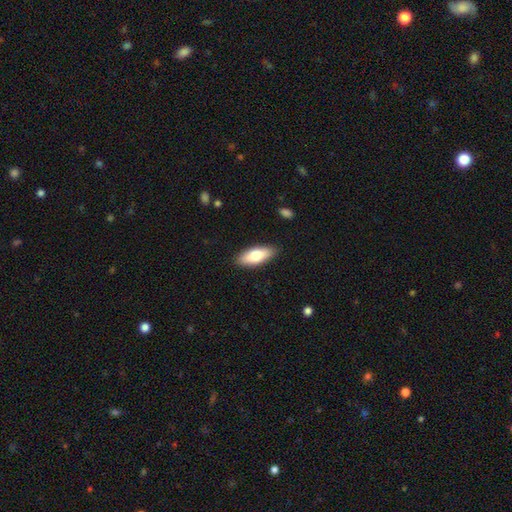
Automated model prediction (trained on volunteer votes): Smooth or featured? Predicted: smooth (p=0.75). How rounded? Predicted: in between (p=0.75). Merging? Predicted: none (p=0.88).